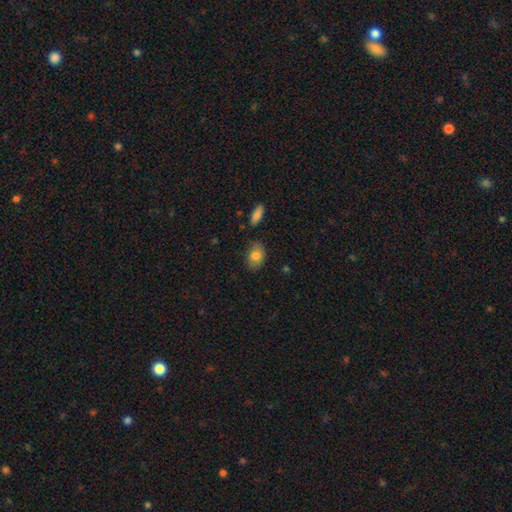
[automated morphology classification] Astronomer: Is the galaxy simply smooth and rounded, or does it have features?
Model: smooth — 81%.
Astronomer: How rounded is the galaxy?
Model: in between — 85%.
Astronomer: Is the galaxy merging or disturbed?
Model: none — 76%.